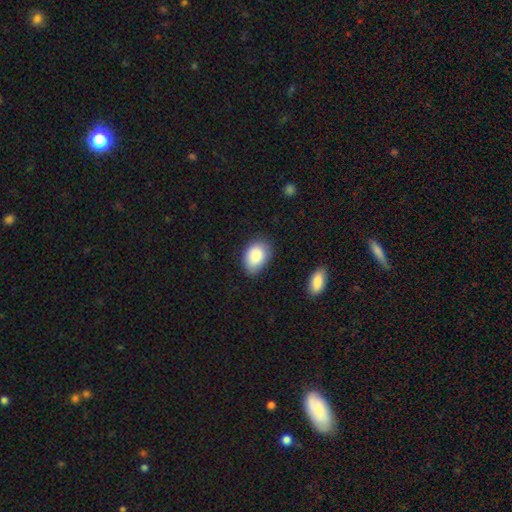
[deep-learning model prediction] smooth 87%, star or artifact 7%, featured or disk 6%. Down the decision tree: how rounded — in between (84%); merging — none (73%).